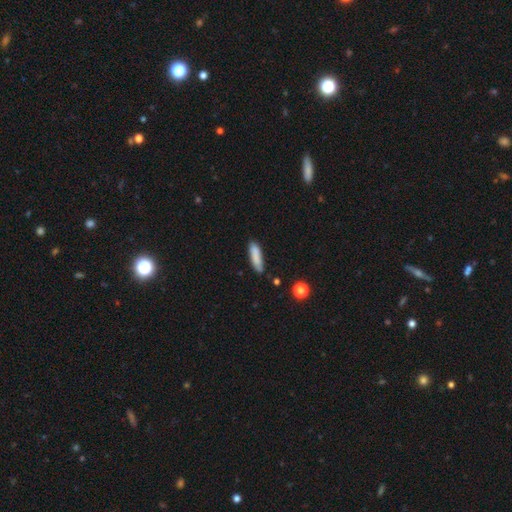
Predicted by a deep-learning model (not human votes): Q: Smooth or featured?
A: smooth (84%); runner-up: featured or disk (9%)
Q: How rounded?
A: cigar-shaped (67%); runner-up: in between (31%)
Q: Merging?
A: none (79%); runner-up: minor disturbance (16%)